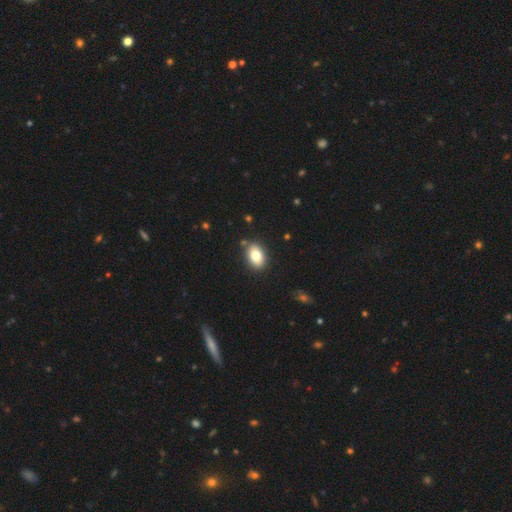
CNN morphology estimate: A smooth galaxy with no disk features (81%) that is in between round and cigar-shaped (86%).

Vote fractions:
- Smooth or featured? smooth: 81% / featured or disk: 10% / star or artifact: 8%
- How rounded? in between: 86% / round: 12% / cigar-shaped: 1%
- Merging? none: 86% / minor disturbance: 9% / merger: 3% / major disturbance: 2%